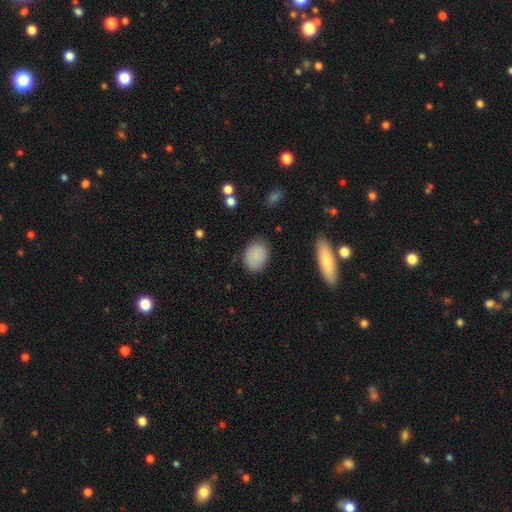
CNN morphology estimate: smooth-or-featured: smooth: 86% | star or artifact: 7% | featured or disk: 6%
  how-rounded: in between: 65% | round: 34% | cigar-shaped: 2%
  merging: none: 83% | minor disturbance: 12% | major disturbance: 3% | merger: 2%